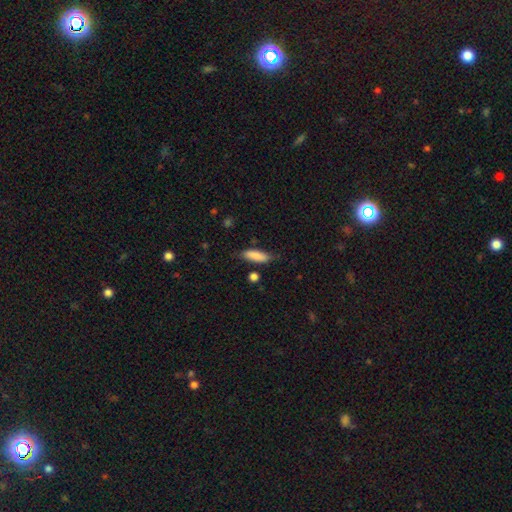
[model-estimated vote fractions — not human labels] Smooth or featured?
  - smooth: 86% *
  - featured or disk: 8%
  - star or artifact: 6%
How rounded?
  - in between: 52% *
  - cigar-shaped: 46%
  - round: 2%
Merging?
  - none: 74% *
  - minor disturbance: 19%
  - major disturbance: 4%
  - merger: 3%